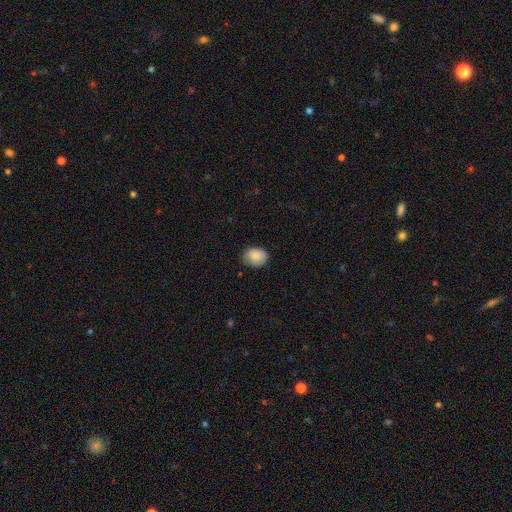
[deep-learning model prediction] Smooth or featured: smooth — 86% (star or artifact — 7%)
How rounded: in between — 53% (round — 46%)
Merging: none — 76% (minor disturbance — 19%)